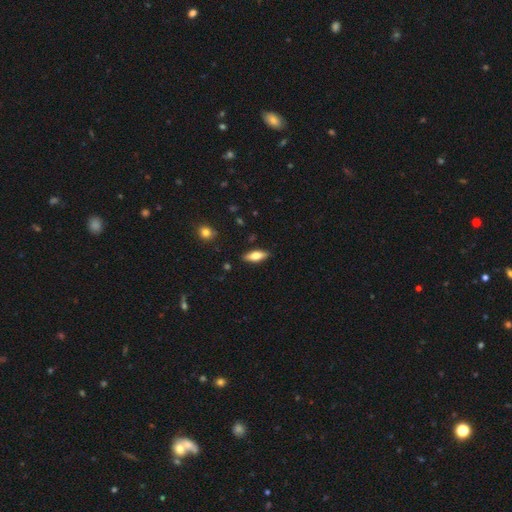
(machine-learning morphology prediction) Overall: smooth (61%; featured or disk 33%). How rounded: in between (63%; cigar-shaped 35%). Merging: none (88%).